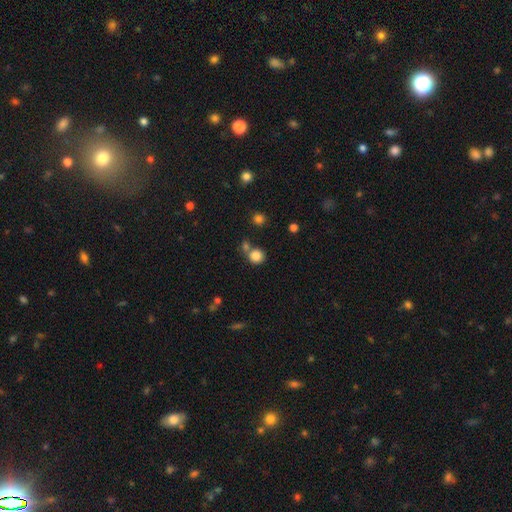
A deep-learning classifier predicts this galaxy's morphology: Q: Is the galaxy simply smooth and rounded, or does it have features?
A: smooth — 83%.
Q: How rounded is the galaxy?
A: round — 90%.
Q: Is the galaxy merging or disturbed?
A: none — 64%.